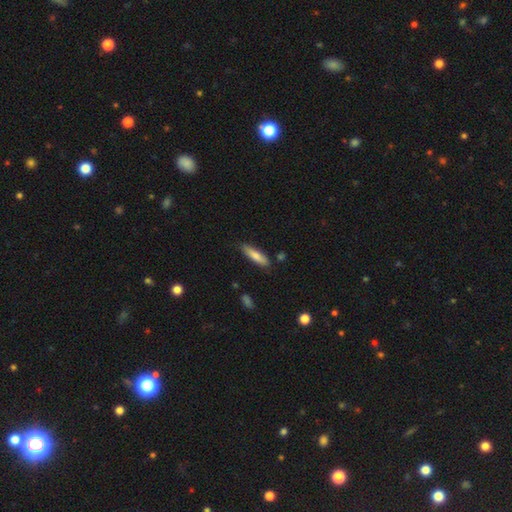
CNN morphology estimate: A smooth galaxy with no disk features (75%) that is cigar-shaped (72%). Merging: none (82%).